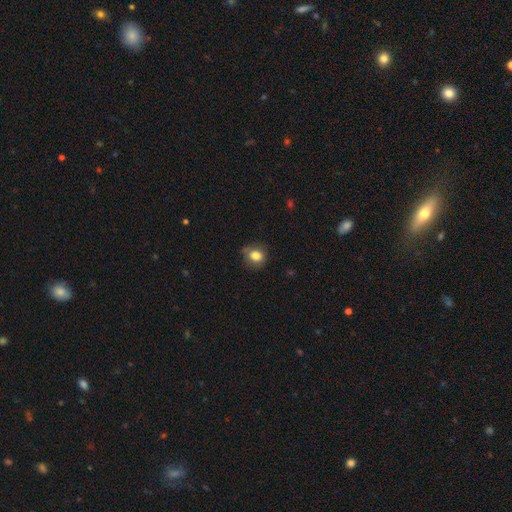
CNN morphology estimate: type=smooth (80%); roundness=round (71%); merging=none (70%).